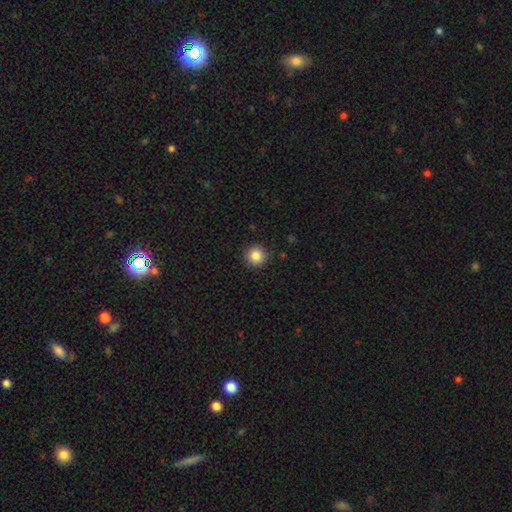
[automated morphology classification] Overall: smooth (86%). How rounded: round (95%). Merging: none (91%).